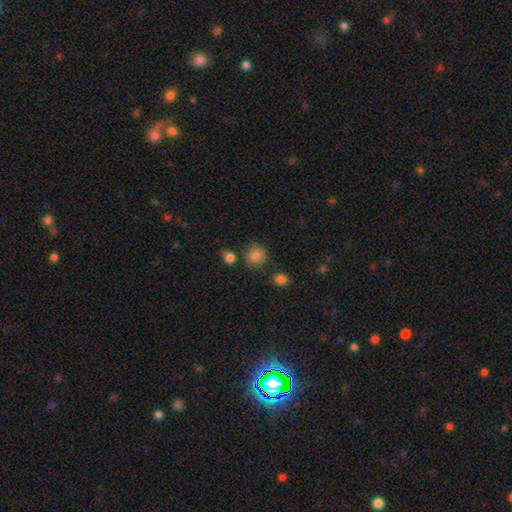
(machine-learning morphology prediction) Overall: smooth (83%). How rounded: round (87%). Merging: none (77%).